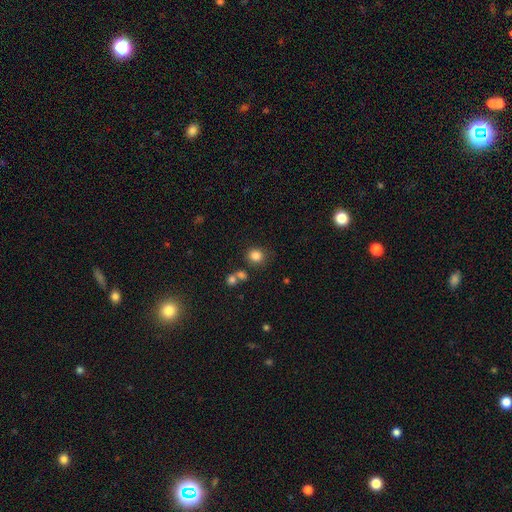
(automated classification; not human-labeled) The model was most divided on "merging": none: 77%, minor disturbance: 10%, merger: 9%, major disturbance: 4%. More confident: how rounded — round (83%); smooth or featured — smooth (83%).